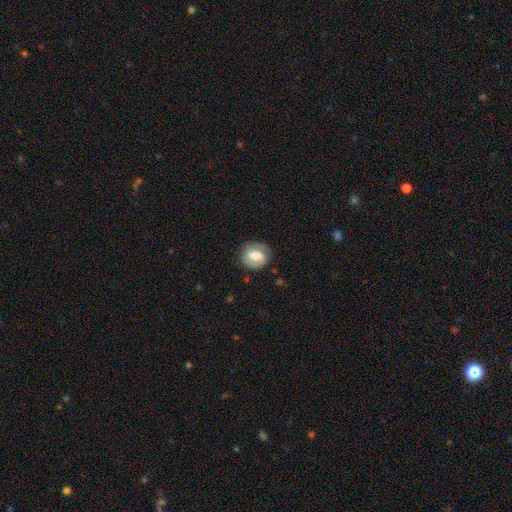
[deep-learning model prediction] Q: Smooth or featured?
A: smooth (50%); runner-up: featured or disk (43%)
Q: Merging?
A: none (77%); runner-up: minor disturbance (16%)